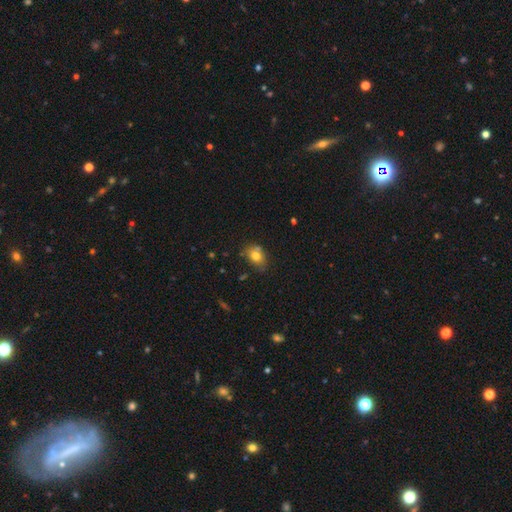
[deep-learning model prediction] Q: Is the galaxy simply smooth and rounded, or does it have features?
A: smooth — 77%.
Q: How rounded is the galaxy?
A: in between — 66%.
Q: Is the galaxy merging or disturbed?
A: none — 64%.